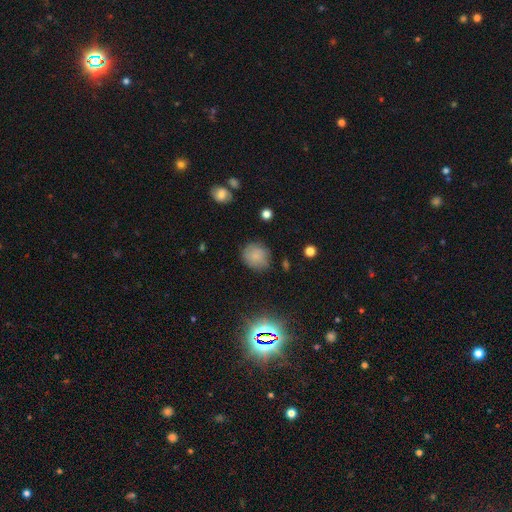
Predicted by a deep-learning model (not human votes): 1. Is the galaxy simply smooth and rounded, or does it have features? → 76% smooth, 12% star or artifact, 11% featured or disk.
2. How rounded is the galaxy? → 77% round, 22% in between, 1% cigar-shaped.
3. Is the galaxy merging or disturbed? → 76% none, 17% minor disturbance, 5% major disturbance, 2% merger.